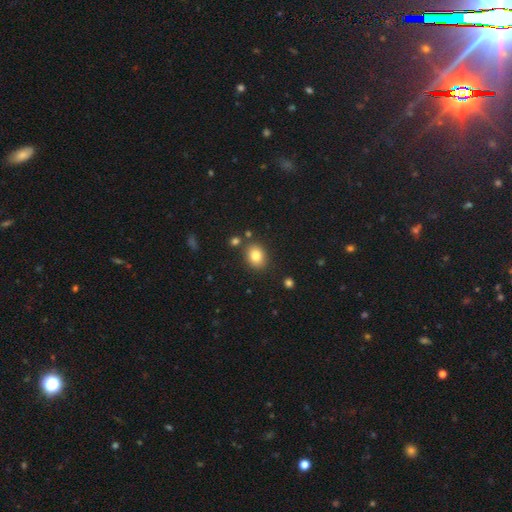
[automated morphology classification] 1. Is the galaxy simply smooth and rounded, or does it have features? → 81% smooth, 10% star or artifact, 9% featured or disk.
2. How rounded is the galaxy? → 56% in between, 43% round, 1% cigar-shaped.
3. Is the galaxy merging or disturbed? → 82% none, 10% minor disturbance, 5% merger, 3% major disturbance.